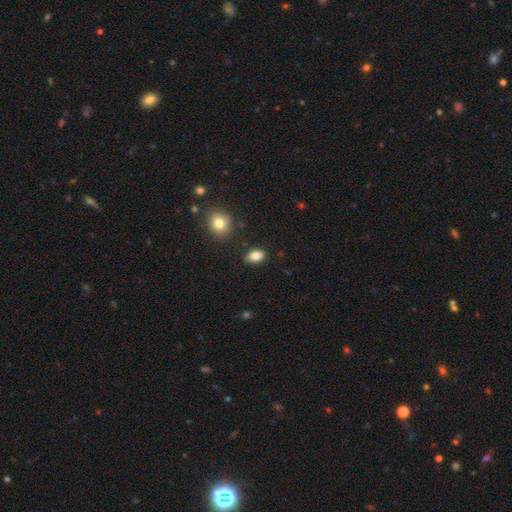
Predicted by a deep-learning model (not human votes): The model was most divided on "merging": none: 82%, minor disturbance: 13%, major disturbance: 3%, merger: 2%. More confident: how rounded — in between (87%); smooth or featured — smooth (83%).